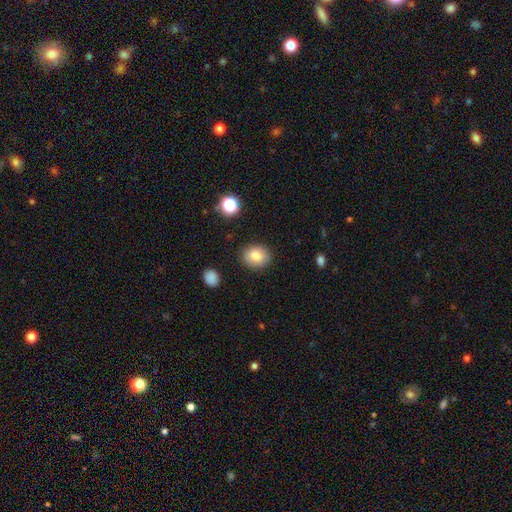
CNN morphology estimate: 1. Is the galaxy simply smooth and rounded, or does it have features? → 83% smooth, 9% star or artifact, 8% featured or disk.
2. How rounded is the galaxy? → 63% round, 36% in between, 1% cigar-shaped.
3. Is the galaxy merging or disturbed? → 86% none, 10% minor disturbance, 3% major disturbance, 2% merger.